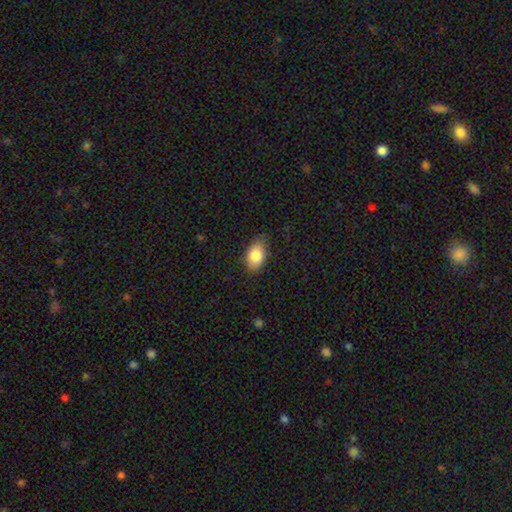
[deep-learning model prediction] smooth 83%, featured or disk 10%, star or artifact 7%. Down the decision tree: how rounded — in between (88%); merging — none (75%).